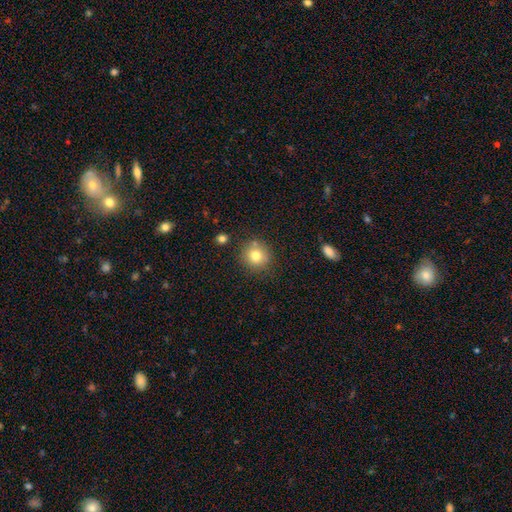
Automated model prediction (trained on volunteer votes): Smooth or featured: smooth — 79% (star or artifact — 11%)
How rounded: round — 90% (in between — 9%)
Merging: none — 80% (minor disturbance — 11%)